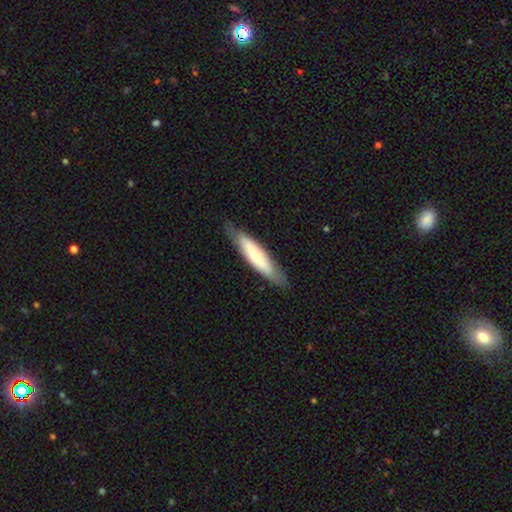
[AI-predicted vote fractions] This appears to be a smooth galaxy with no disk features (58%) that is cigar-shaped (78%). Merging: none (80%).